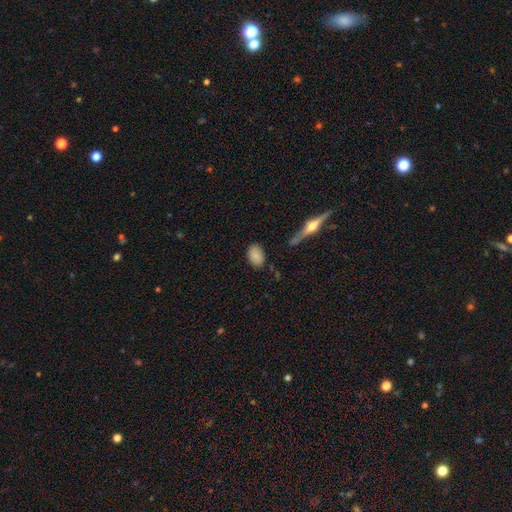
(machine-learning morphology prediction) A smooth galaxy with no disk features (85%) that is in between round and cigar-shaped (89%).

Vote fractions:
- Smooth or featured? smooth: 85% / star or artifact: 8% / featured or disk: 7%
- How rounded? in between: 89% / round: 9% / cigar-shaped: 2%
- Merging? none: 79% / minor disturbance: 14% / major disturbance: 4% / merger: 4%